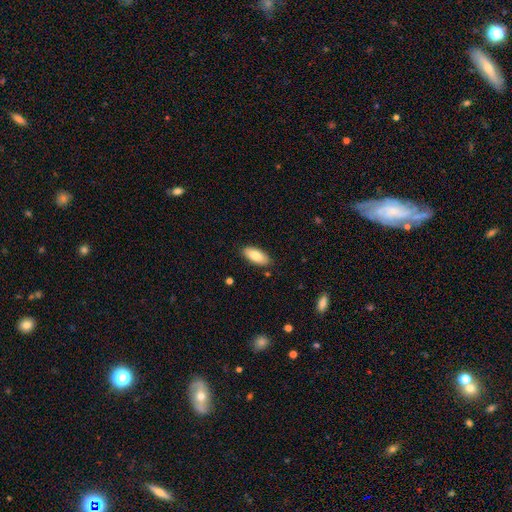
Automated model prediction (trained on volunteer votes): This is clearly a smooth galaxy (84%). How rounded: clearly in between (85%). Merging: clearly none (87%).